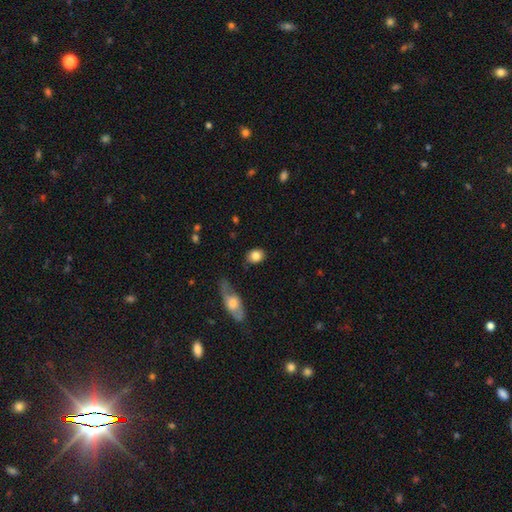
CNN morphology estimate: Q: Smooth or featured?
A: smooth (84%); runner-up: featured or disk (8%)
Q: How rounded?
A: in between (54%); runner-up: round (44%)
Q: Merging?
A: none (79%); runner-up: minor disturbance (14%)